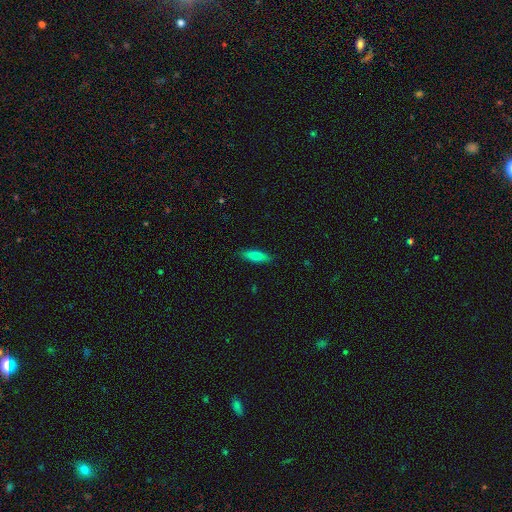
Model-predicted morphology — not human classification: Smooth or featured? Predicted: smooth (p=0.77). How rounded? Predicted: cigar-shaped (p=0.58). Merging? Predicted: none (p=0.88).